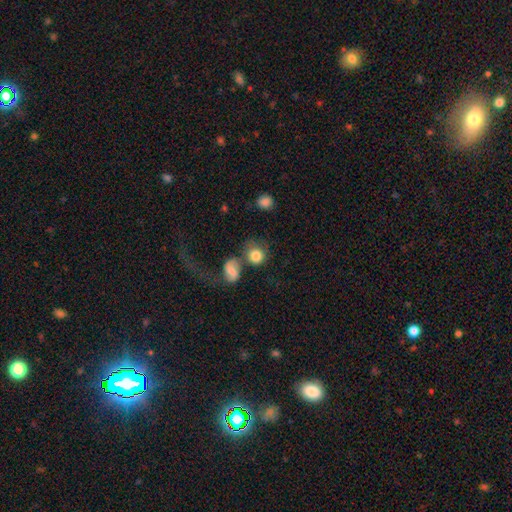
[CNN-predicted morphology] The model was most divided on "merging": none: 44%, merger: 33%, minor disturbance: 13%, major disturbance: 10%. More confident: how rounded — round (82%); smooth or featured — smooth (80%).